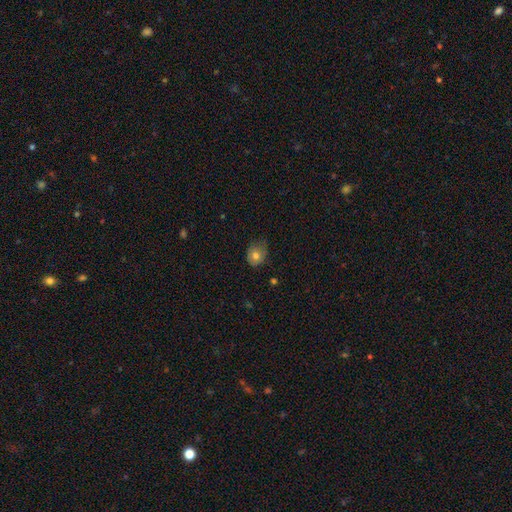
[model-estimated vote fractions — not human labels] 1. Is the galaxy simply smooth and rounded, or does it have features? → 73% smooth, 17% featured or disk, 9% star or artifact.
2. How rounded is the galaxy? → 56% round, 43% in between, 1% cigar-shaped.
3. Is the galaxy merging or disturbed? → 53% none, 35% minor disturbance, 10% major disturbance, 1% merger.